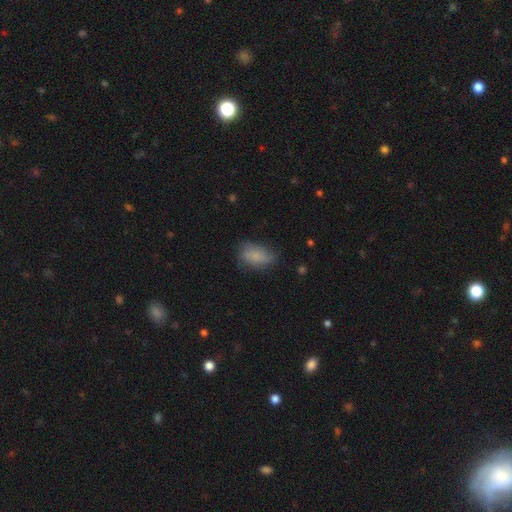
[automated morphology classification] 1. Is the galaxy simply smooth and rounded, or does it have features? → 77% smooth, 14% featured or disk, 8% star or artifact.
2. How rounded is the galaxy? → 90% in between, 6% round, 4% cigar-shaped.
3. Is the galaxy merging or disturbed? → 62% none, 28% minor disturbance, 8% major disturbance, 2% merger.